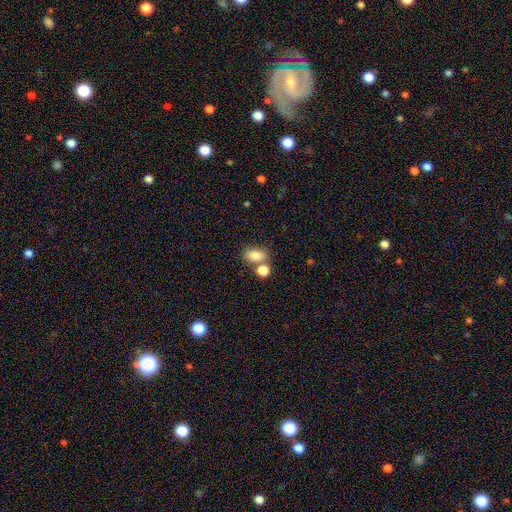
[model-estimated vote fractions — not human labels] smooth 82%, star or artifact 10%, featured or disk 8%. Down the decision tree: how rounded — in between (77%); merging — none (56%).